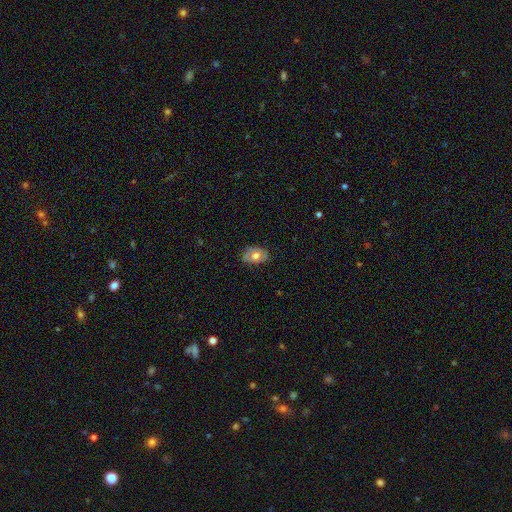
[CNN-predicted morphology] Q: Smooth or featured?
A: smooth (57%); runner-up: featured or disk (35%)
Q: How rounded?
A: in between (83%); runner-up: round (15%)
Q: Merging?
A: none (76%); runner-up: minor disturbance (19%)